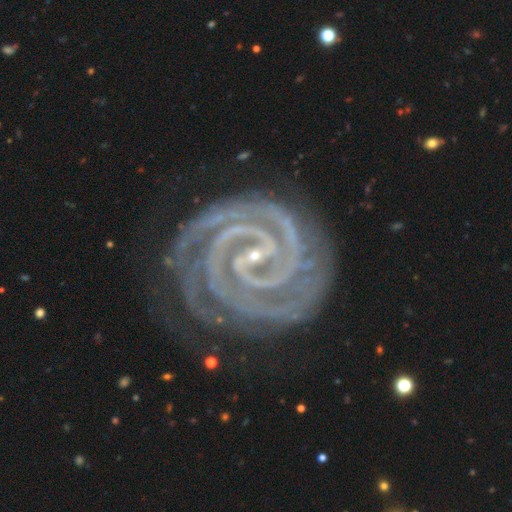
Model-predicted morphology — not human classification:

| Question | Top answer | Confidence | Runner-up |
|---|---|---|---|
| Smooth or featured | featured or disk | 93% | star or artifact (5%) |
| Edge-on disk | no | 98% | yes (2%) |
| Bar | strong | 41% | weak (33%) |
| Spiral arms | yes | 99% | no (1%) |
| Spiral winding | tight | 89% | medium (9%) |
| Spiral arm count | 2 | 53% | 3 (17%) |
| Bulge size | small | 85% | moderate (9%) |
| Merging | none | 80% | minor disturbance (14%) |